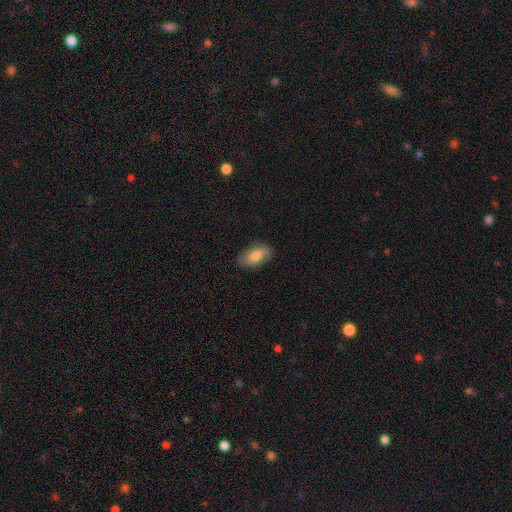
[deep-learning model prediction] This appears to be a smooth galaxy with no disk features (74%) that is in between round and cigar-shaped (91%). Merging: none (83%).